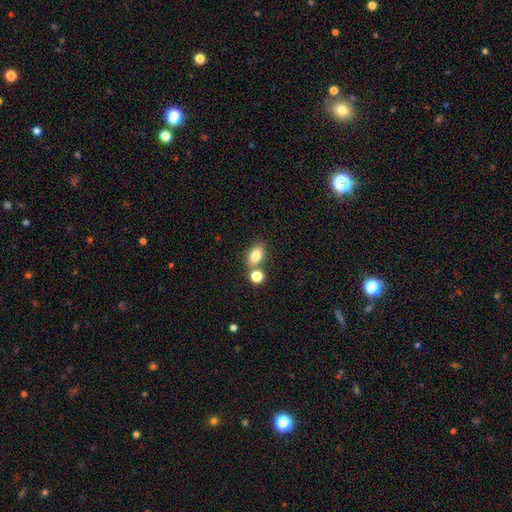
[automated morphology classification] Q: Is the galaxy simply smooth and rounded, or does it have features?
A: smooth — 81%.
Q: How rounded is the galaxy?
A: in between — 79%.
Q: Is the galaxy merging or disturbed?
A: none — 62%.